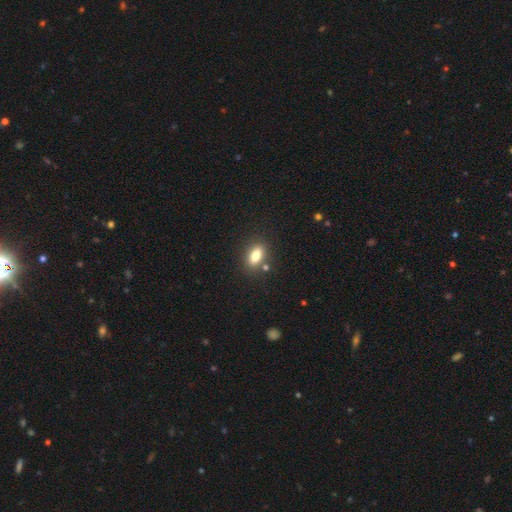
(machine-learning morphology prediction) This is likely a smooth galaxy (80%). How rounded: clearly in between (85%). Merging: likely none (79%).